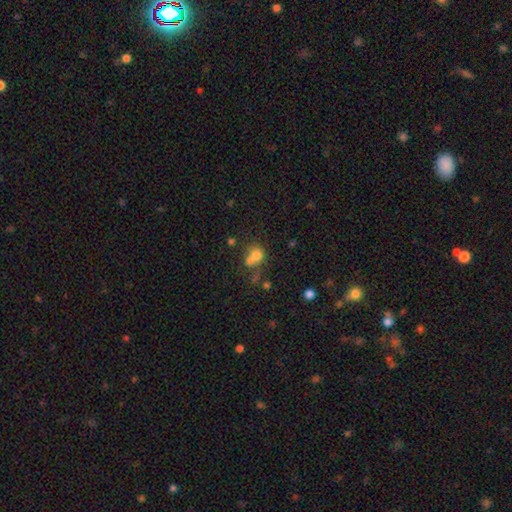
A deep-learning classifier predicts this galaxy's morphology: Q: Smooth or featured?
A: smooth (69%); runner-up: featured or disk (16%)
Q: How rounded?
A: round (75%); runner-up: in between (24%)
Q: Merging?
A: merger (51%); runner-up: none (34%)